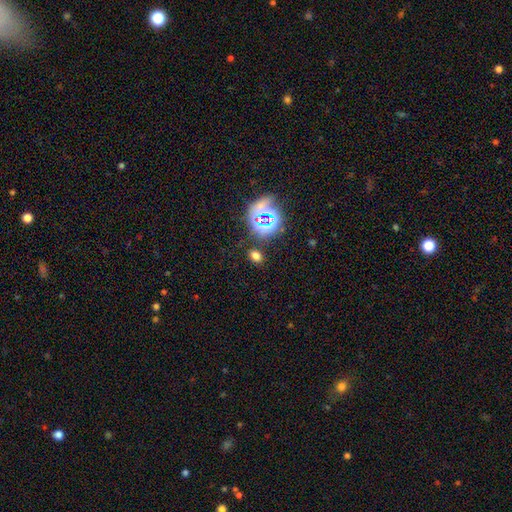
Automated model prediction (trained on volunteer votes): A smooth galaxy with no disk features (62%) that is in between round and cigar-shaped (70%).

Vote fractions:
- Smooth or featured? smooth: 62% / star or artifact: 31% / featured or disk: 6%
- How rounded? in between: 70% / round: 28% / cigar-shaped: 2%
- Merging? none: 83% / minor disturbance: 10% / merger: 4% / major disturbance: 4%